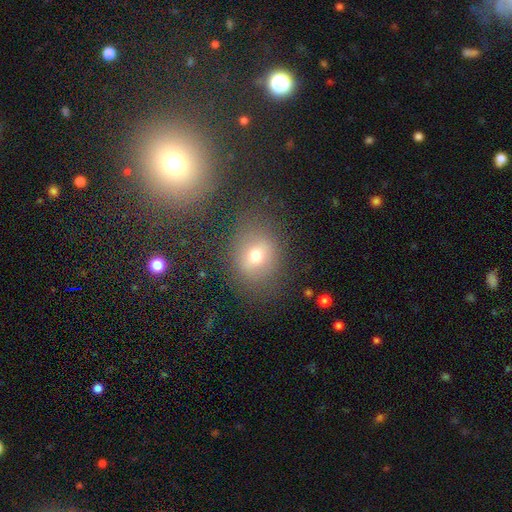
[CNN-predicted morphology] smooth-or-featured: smooth: 66% | featured or disk: 19% | star or artifact: 15%
  how-rounded: round: 57% | in between: 42% | cigar-shaped: 2%
  merging: none: 70% | minor disturbance: 14% | merger: 8% | major disturbance: 7%